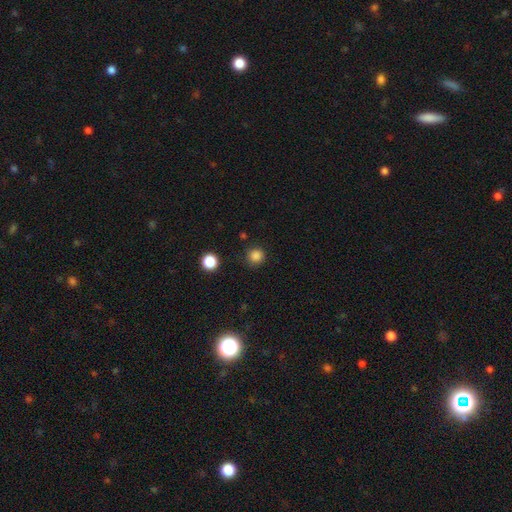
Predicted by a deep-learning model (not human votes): Smooth or featured: smooth — 83% (star or artifact — 14%)
How rounded: round — 94% (in between — 5%)
Merging: none — 86% (minor disturbance — 9%)